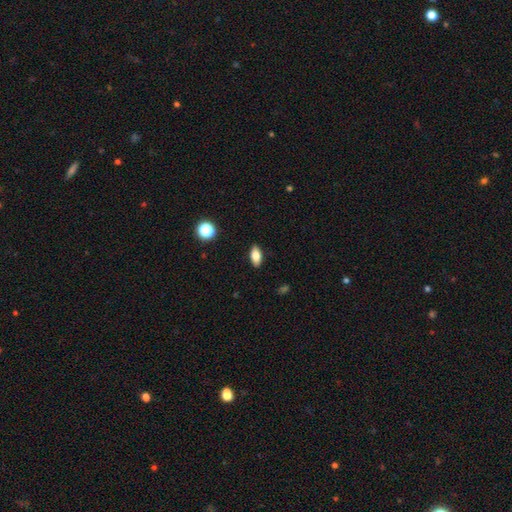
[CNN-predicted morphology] A smooth galaxy with no disk features (79%) that is in between round and cigar-shaped (87%).

Vote fractions:
- Smooth or featured? smooth: 79% / featured or disk: 12% / star or artifact: 9%
- How rounded? in between: 87% / cigar-shaped: 8% / round: 5%
- Merging? none: 89% / minor disturbance: 8% / major disturbance: 2% / merger: 1%